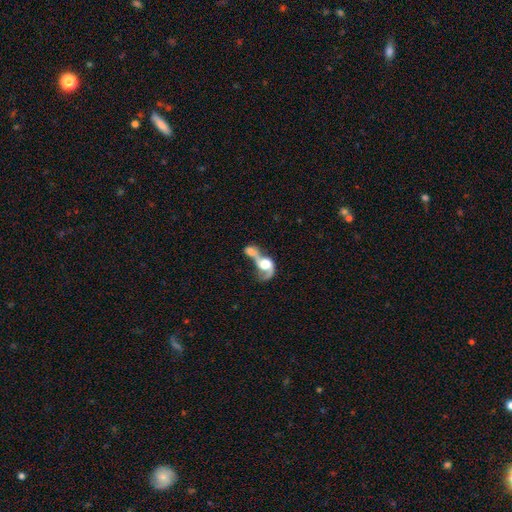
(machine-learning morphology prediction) A featured or disk galaxy (57%) with no bar (73%), spiral arms (70%) and a large central bulge (45%). Merging: merger (75%).